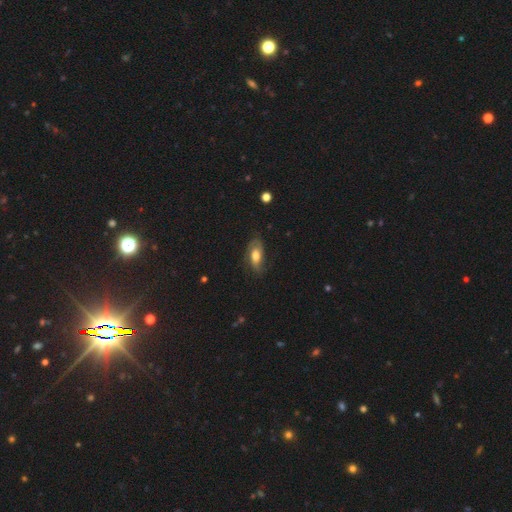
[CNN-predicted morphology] This is possibly a smooth galaxy (47%). Merging: likely none (68%).